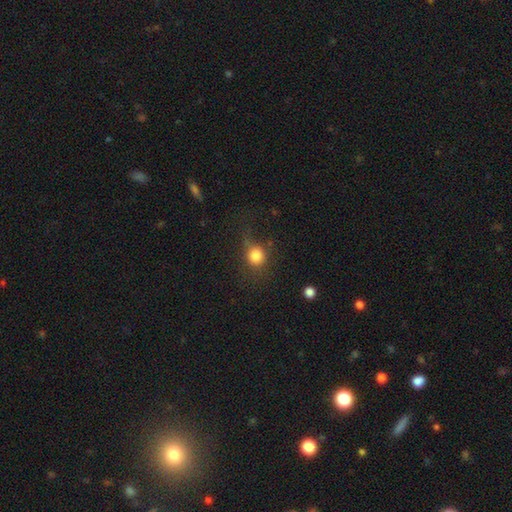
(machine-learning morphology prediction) Smooth or featured? smooth (81%)
How rounded? round (85%)
Merging? none (62%)